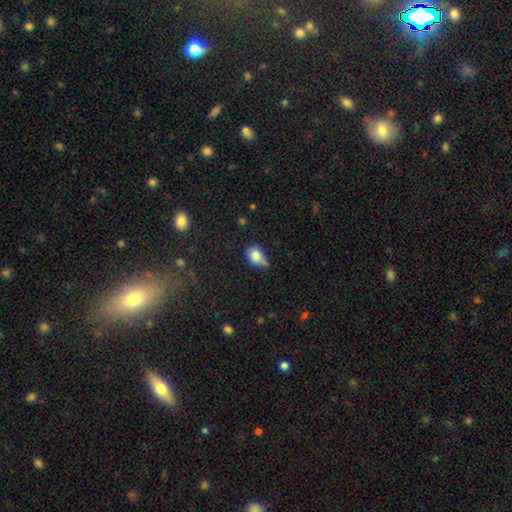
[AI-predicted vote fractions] A smooth galaxy with no disk features (79%) that is in between round and cigar-shaped (65%). Merging: minor disturbance (39%).